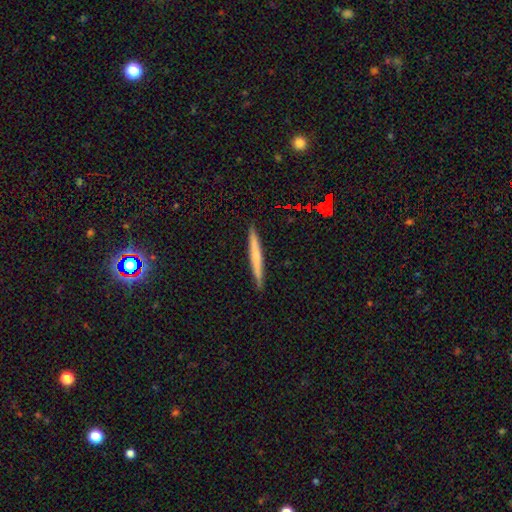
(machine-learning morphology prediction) Q: Smooth or featured?
A: smooth (54%); runner-up: featured or disk (40%)
Q: How rounded?
A: cigar-shaped (96%); runner-up: in between (2%)
Q: Merging?
A: none (91%); runner-up: minor disturbance (7%)